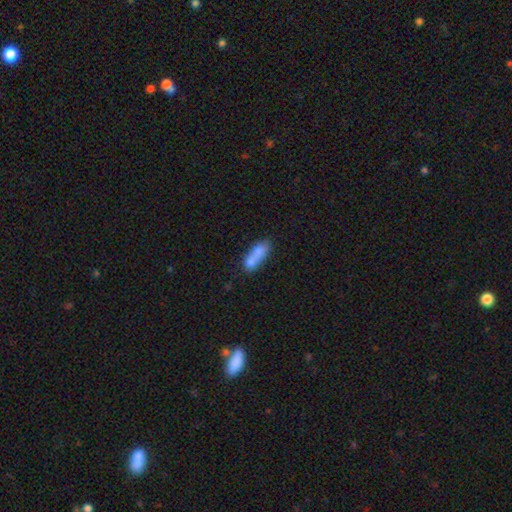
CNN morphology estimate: type=smooth (70%); roundness=in between (63%); merging=merger (48%).